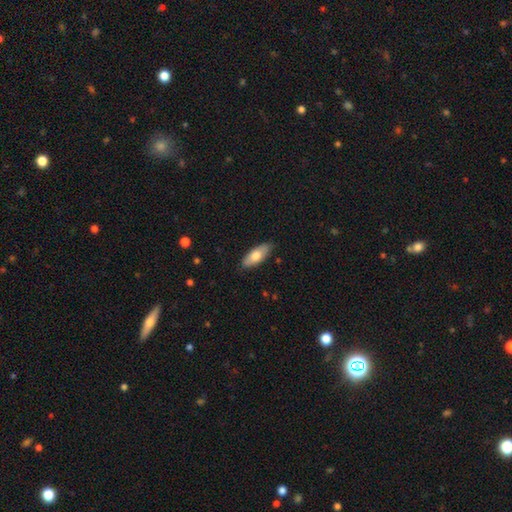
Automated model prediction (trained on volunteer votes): Morphology: type=smooth (73%); roundness=in between (80%); merging=none (85%).